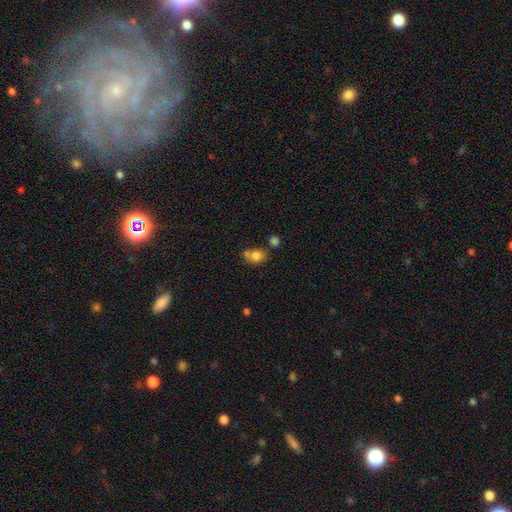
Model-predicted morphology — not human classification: smooth-or-featured: smooth: 79% | star or artifact: 11% | featured or disk: 10%
  how-rounded: round: 62% | in between: 37% | cigar-shaped: 1%
  merging: none: 50% | merger: 29% | minor disturbance: 16% | major disturbance: 6%